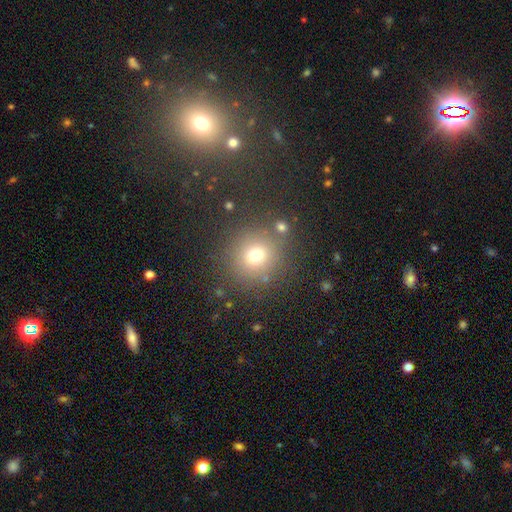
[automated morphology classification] Smooth or featured? Predicted: smooth (p=0.71). How rounded? Predicted: round (p=0.90). Merging? Predicted: none (p=0.82).